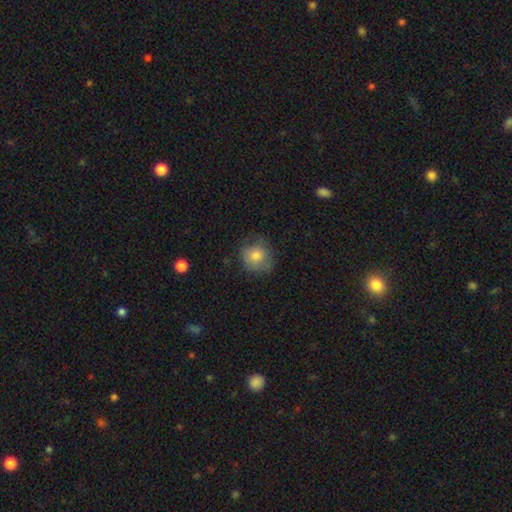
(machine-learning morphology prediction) Overall: smooth (77%). How rounded: round (82%). Merging: none (69%).